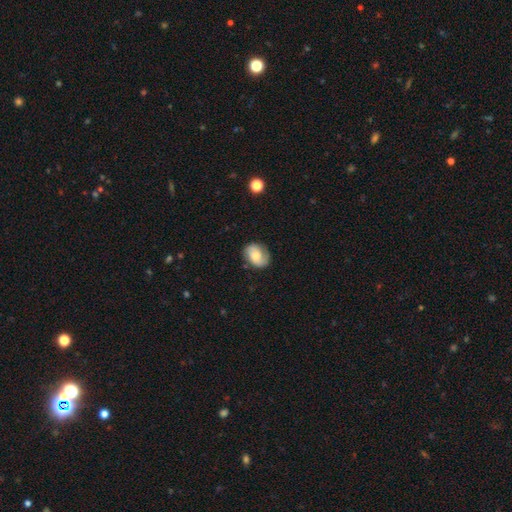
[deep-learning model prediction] Morphology: type=smooth (51%); roundness=in between (59%); merging=none (72%).